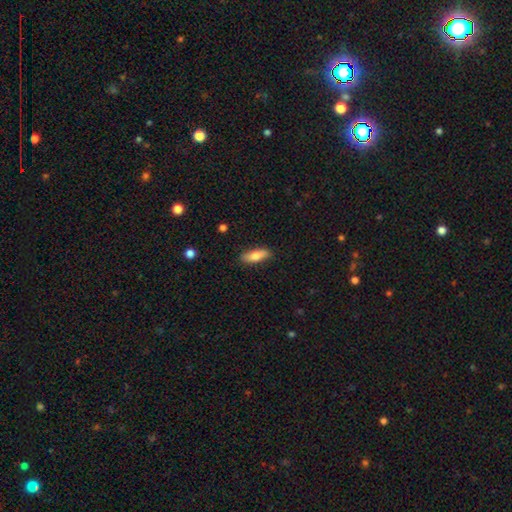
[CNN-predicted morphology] The model was most divided on "how rounded": in between: 61%, cigar-shaped: 37%, round: 2%. More confident: merging — none (85%); smooth or featured — smooth (79%).